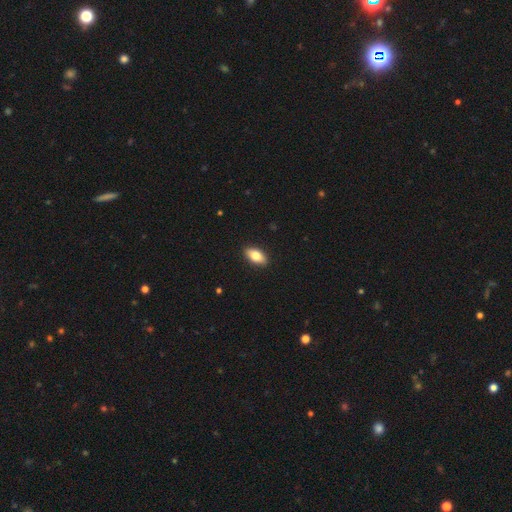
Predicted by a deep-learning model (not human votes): Overall: smooth (81%). How rounded: in between (90%). Merging: none (90%).